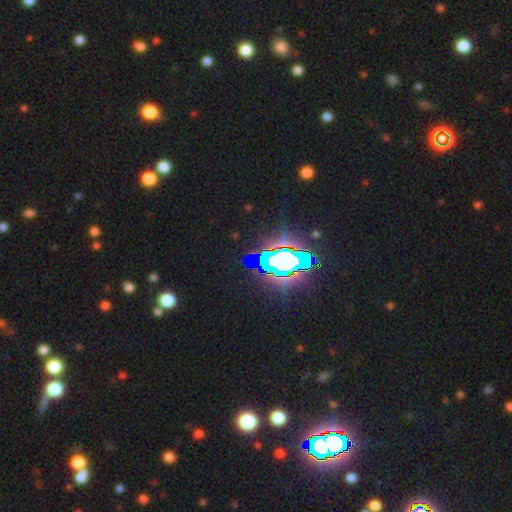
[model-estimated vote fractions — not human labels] Smooth or featured?
  - star or artifact: 72% *
  - featured or disk: 15%
  - smooth: 14%